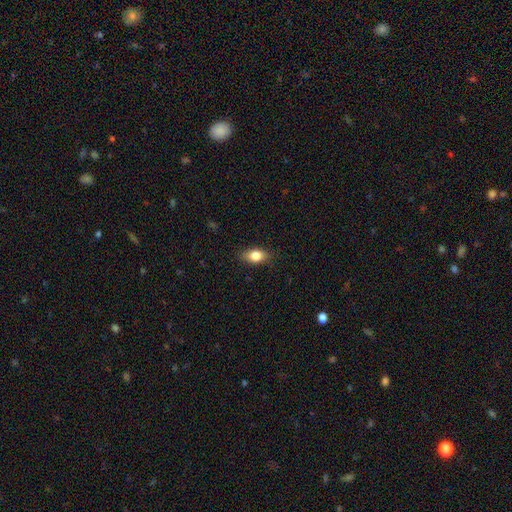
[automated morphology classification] Smooth or featured?
  - smooth: 81% *
  - featured or disk: 11%
  - star or artifact: 8%
How rounded?
  - in between: 83% *
  - round: 11%
  - cigar-shaped: 6%
Merging?
  - none: 84% *
  - minor disturbance: 13%
  - major disturbance: 3%
  - merger: 1%